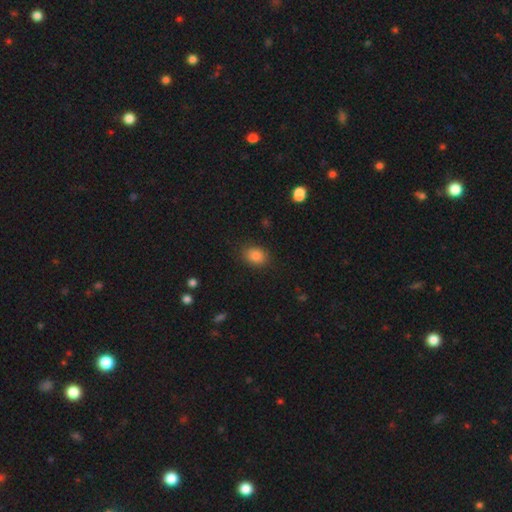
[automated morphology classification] Overall: smooth (86%). How rounded: in between (63%; round 36%). Merging: none (83%).